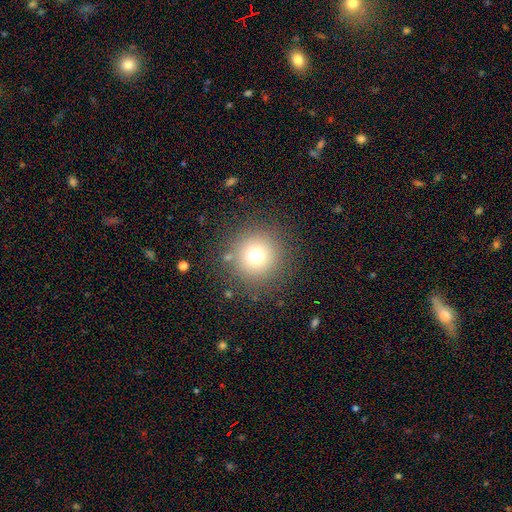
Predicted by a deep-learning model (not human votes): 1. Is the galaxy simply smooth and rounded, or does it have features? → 72% smooth, 17% star or artifact, 11% featured or disk.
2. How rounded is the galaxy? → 96% round, 3% in between, 1% cigar-shaped.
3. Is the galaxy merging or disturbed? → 86% none, 7% minor disturbance, 4% major disturbance, 2% merger.